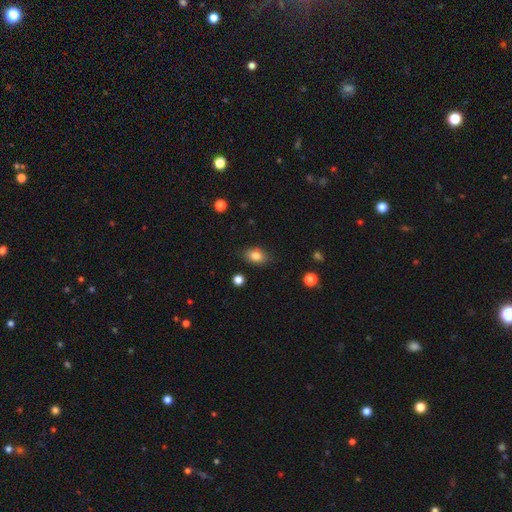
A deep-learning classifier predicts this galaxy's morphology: The model was most divided on "how rounded": in between: 81%, round: 17%, cigar-shaped: 2%. More confident: smooth or featured — smooth (84%); merging — none (81%).